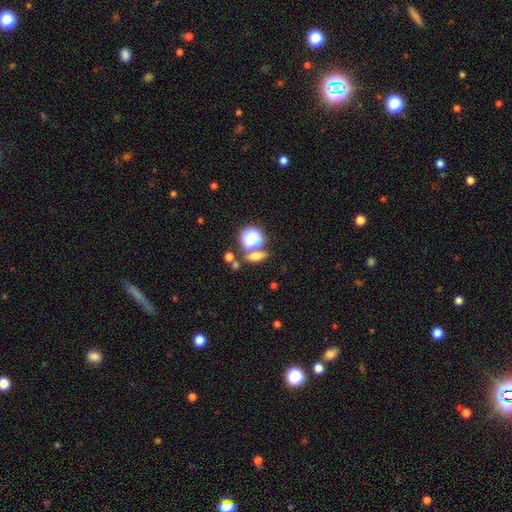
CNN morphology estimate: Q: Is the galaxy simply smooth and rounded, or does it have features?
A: smooth — 60%.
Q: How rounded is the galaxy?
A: in between — 48%.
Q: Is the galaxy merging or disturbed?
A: none — 71%.